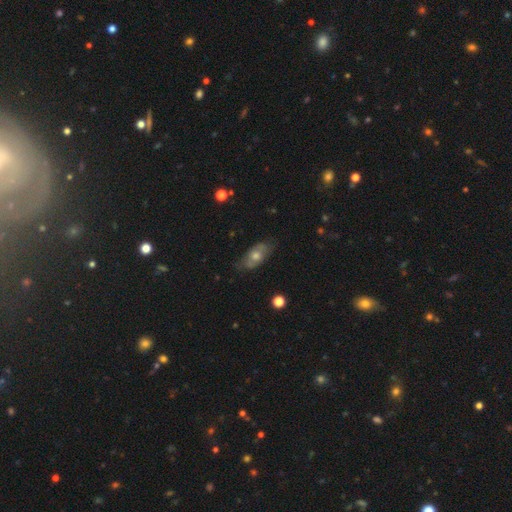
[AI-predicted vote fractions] This appears to be a featured or disk galaxy (48%). Merging: none (73%).